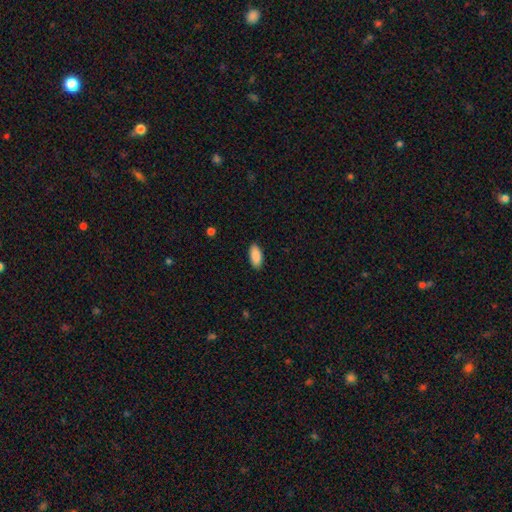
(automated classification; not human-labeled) smooth-or-featured: smooth: 90% | star or artifact: 6% | featured or disk: 4%
  how-rounded: in between: 90% | cigar-shaped: 8% | round: 2%
  merging: none: 89% | minor disturbance: 8% | major disturbance: 2% | merger: 1%